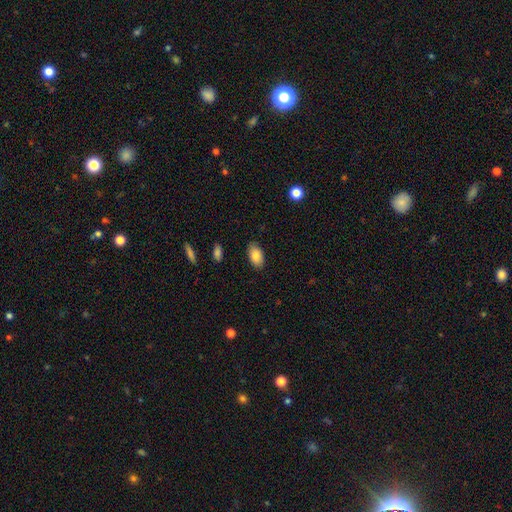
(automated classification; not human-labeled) Morphology: type=smooth (86%); roundness=in between (94%); merging=none (87%).